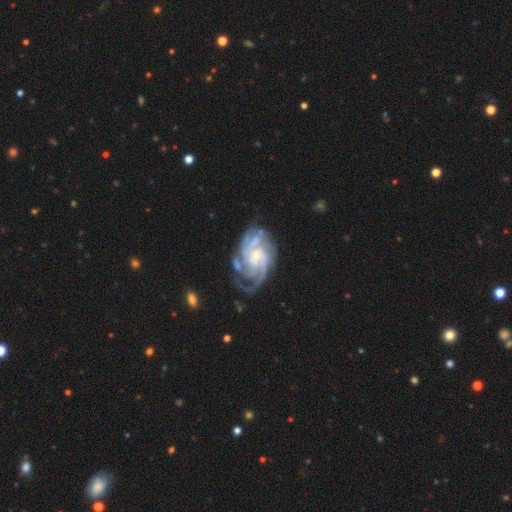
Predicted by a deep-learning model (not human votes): Smooth or featured? Predicted: featured or disk (p=0.89). Edge-on disk? Predicted: no (p=0.98). Bar? Predicted: no (p=0.64). Spiral arms? Predicted: yes (p=0.97). Spiral winding? Predicted: tight (p=0.59). Spiral arm count? Predicted: 4 (p=0.29). Bulge size? Predicted: small (p=0.64). Merging? Predicted: none (p=0.62).